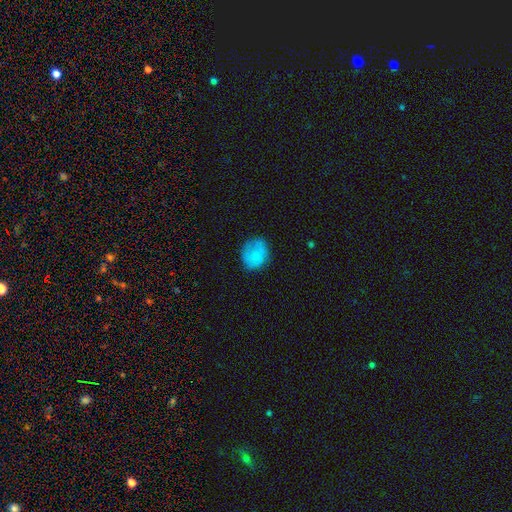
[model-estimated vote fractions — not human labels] The model was most divided on "how rounded": round: 59%, in between: 40%, cigar-shaped: 1%. More confident: smooth or featured — smooth (79%); merging — none (62%).